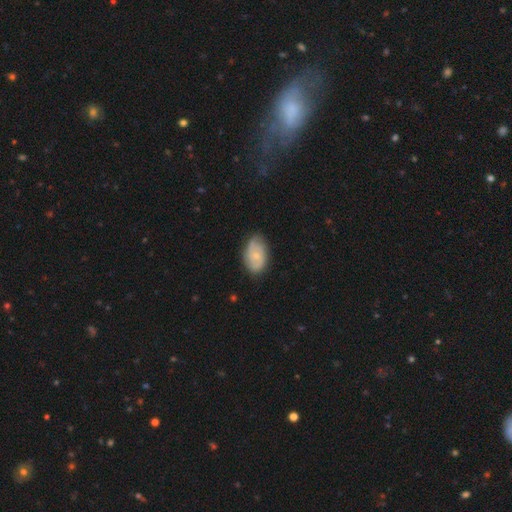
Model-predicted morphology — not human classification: smooth-or-featured: featured or disk: 55% | smooth: 39% | star or artifact: 6%
  disk-edge-on: no: 96% | yes: 4%
    bar: no: 71% | weak: 26% | strong: 4%
    has-spiral-arms: yes: 83% | no: 17%
    bulge-size: small: 63% | moderate: 30% | none: 5% | large: 1% | dominant: 1%
  merging: none: 72% | minor disturbance: 22% | major disturbance: 5% | merger: 1%